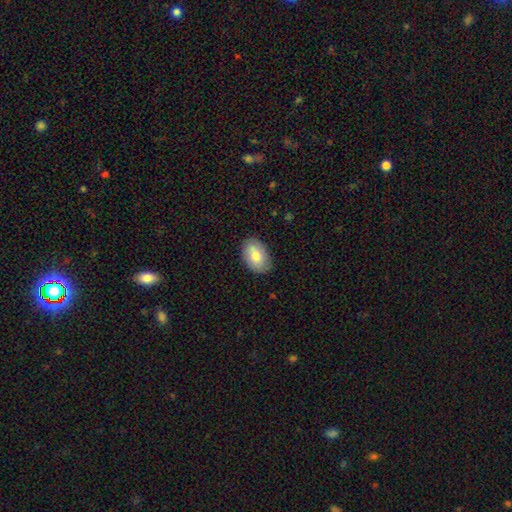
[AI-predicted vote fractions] Smooth or featured? Predicted: smooth (p=0.76). How rounded? Predicted: in between (p=0.88). Merging? Predicted: none (p=0.86).